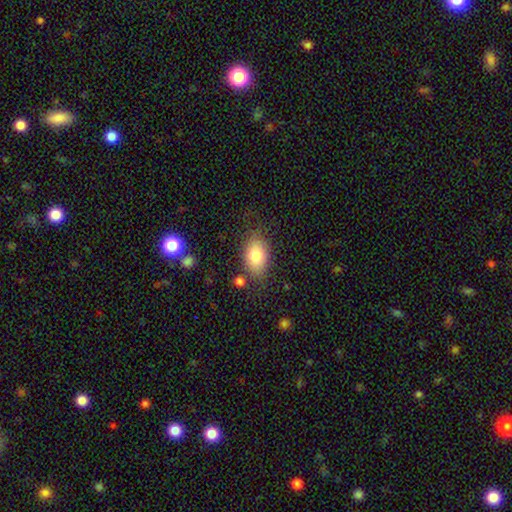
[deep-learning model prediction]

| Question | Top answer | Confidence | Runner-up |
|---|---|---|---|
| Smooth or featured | smooth | 80% | featured or disk (12%) |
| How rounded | in between | 83% | round (15%) |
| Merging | none | 75% | minor disturbance (16%) |